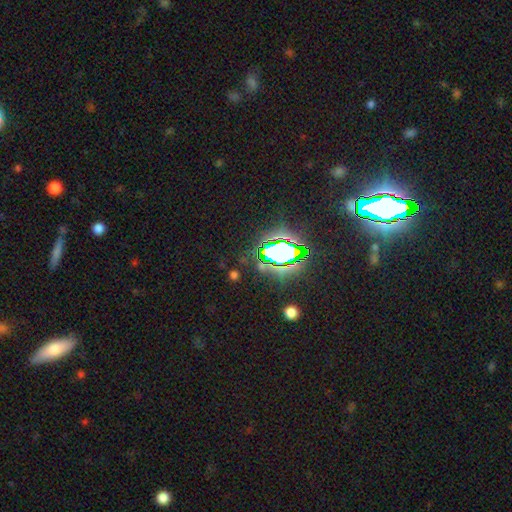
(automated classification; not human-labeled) The model was most divided on "smooth or featured": star or artifact: 78%, smooth: 12%, featured or disk: 9%.